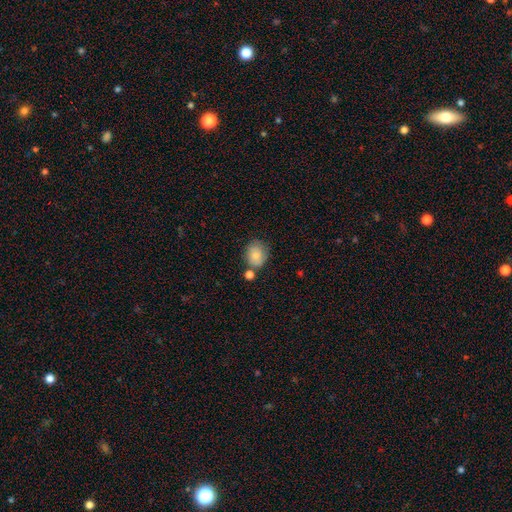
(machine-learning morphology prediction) Q: Smooth or featured?
A: smooth (83%); runner-up: featured or disk (9%)
Q: How rounded?
A: round (55%); runner-up: in between (44%)
Q: Merging?
A: none (63%); runner-up: minor disturbance (17%)